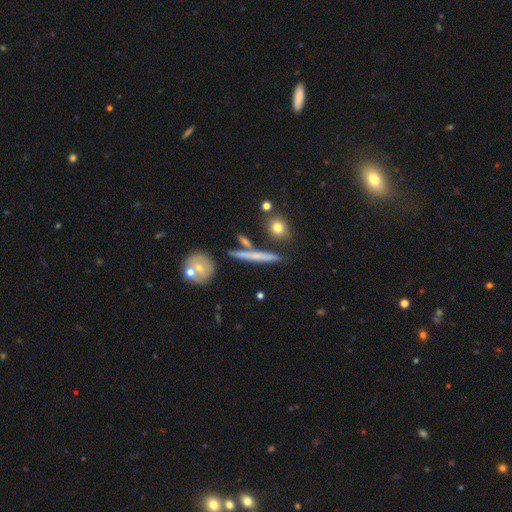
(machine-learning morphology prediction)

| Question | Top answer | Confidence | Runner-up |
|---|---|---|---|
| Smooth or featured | smooth | 50% | featured or disk (41%) |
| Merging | none | 82% | minor disturbance (9%) |